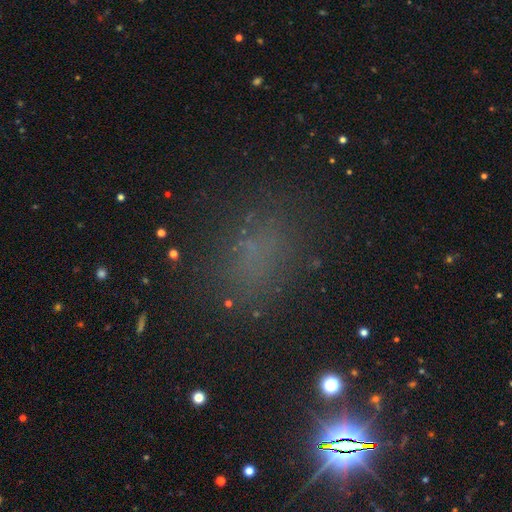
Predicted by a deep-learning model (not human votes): Morphology: type=smooth (53%); roundness=in between (53%); merging=none (79%).